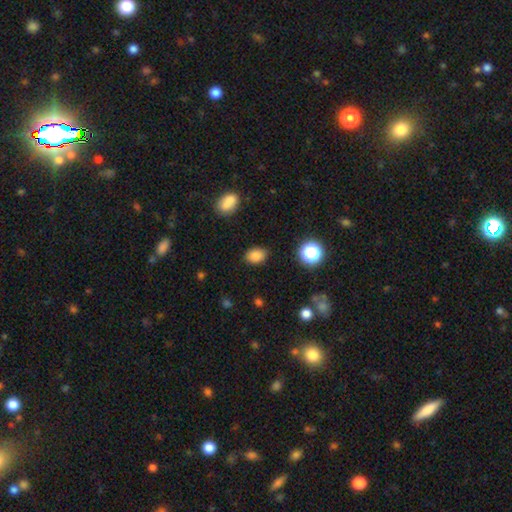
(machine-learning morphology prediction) smooth-or-featured: smooth: 84% | star or artifact: 11% | featured or disk: 5%
  how-rounded: in between: 72% | round: 27% | cigar-shaped: 1%
  merging: none: 84% | minor disturbance: 11% | major disturbance: 3% | merger: 2%